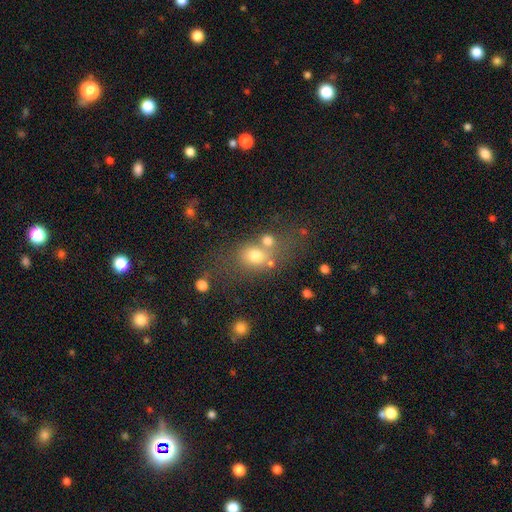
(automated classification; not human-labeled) Smooth or featured: smooth — 69% (star or artifact — 16%)
How rounded: round — 54% (in between — 44%)
Merging: none — 46% (merger — 31%)